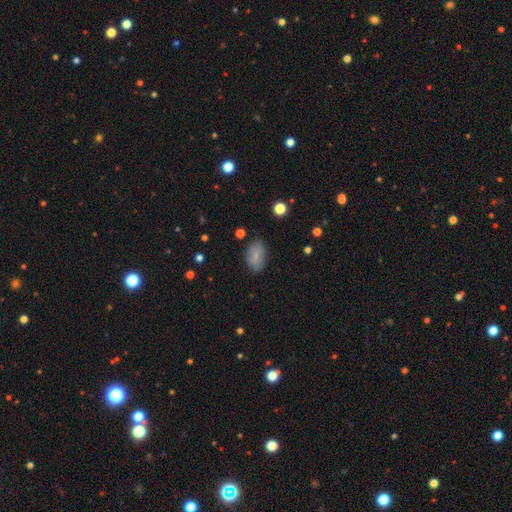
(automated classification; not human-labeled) The model was most divided on "merging": none: 77%, minor disturbance: 17%, major disturbance: 4%, merger: 2%. More confident: how rounded — in between (91%); smooth or featured — smooth (81%).